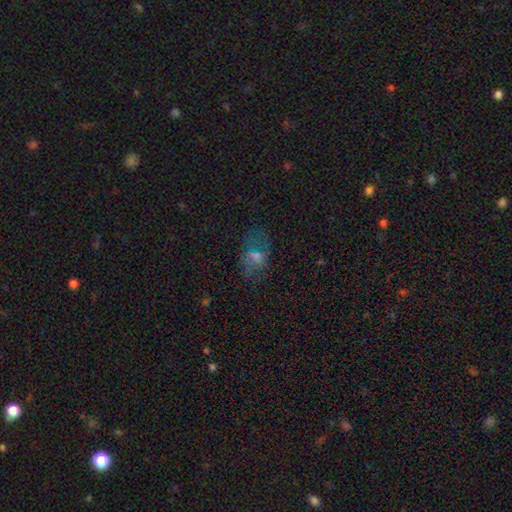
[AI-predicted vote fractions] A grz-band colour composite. It shows a featured or disk galaxy (40%). Merging: none (65%).